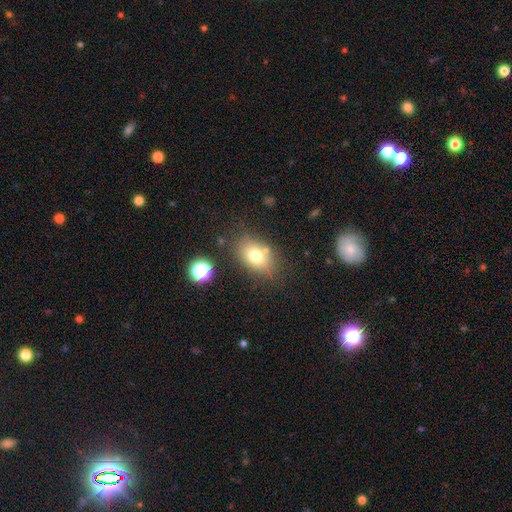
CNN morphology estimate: smooth 73%, featured or disk 15%, star or artifact 12%. Down the decision tree: how rounded — in between (75%); merging — none (72%).